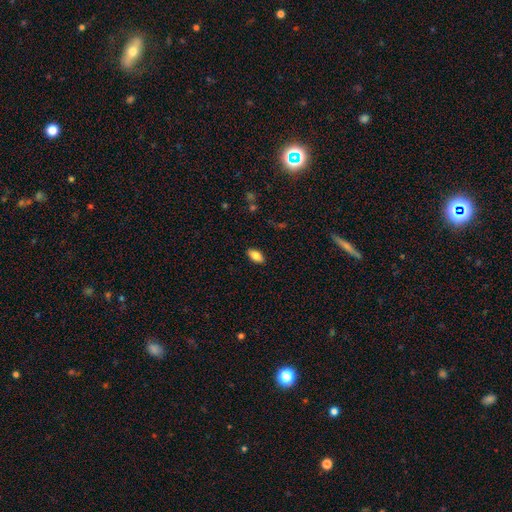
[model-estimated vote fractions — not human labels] A smooth galaxy with no disk features (84%) that is in between round and cigar-shaped (92%).

Vote fractions:
- Smooth or featured? smooth: 84% / featured or disk: 9% / star or artifact: 8%
- How rounded? in between: 92% / cigar-shaped: 4% / round: 4%
- Merging? none: 88% / minor disturbance: 9% / major disturbance: 2% / merger: 1%